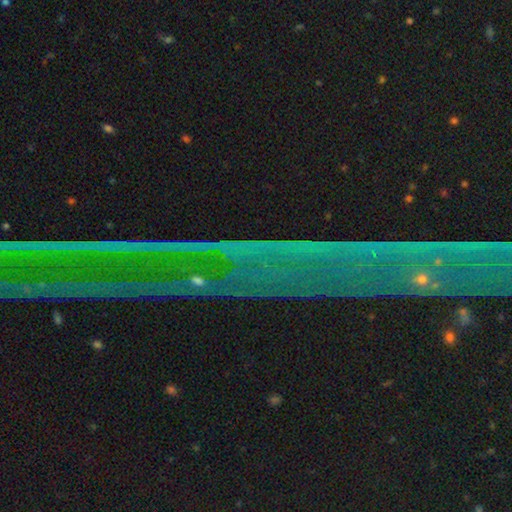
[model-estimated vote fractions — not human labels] This is likely a star or artifact rather than a galaxy (78%).